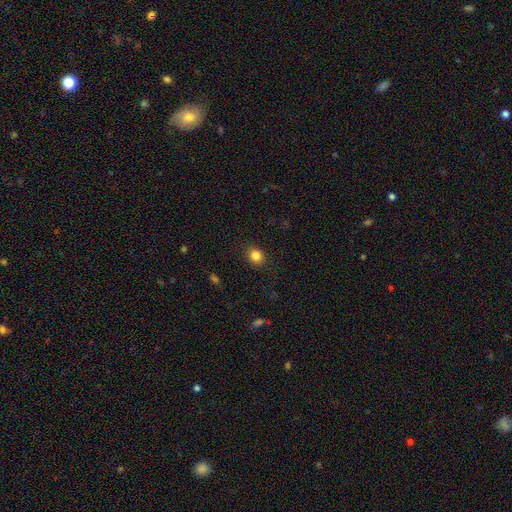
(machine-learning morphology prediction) A smooth galaxy with no disk features (84%) that is round (69%).

Vote fractions:
- Smooth or featured? smooth: 84% / star or artifact: 11% / featured or disk: 5%
- How rounded? round: 69% / in between: 30% / cigar-shaped: 1%
- Merging? none: 89% / minor disturbance: 8% / major disturbance: 2% / merger: 1%